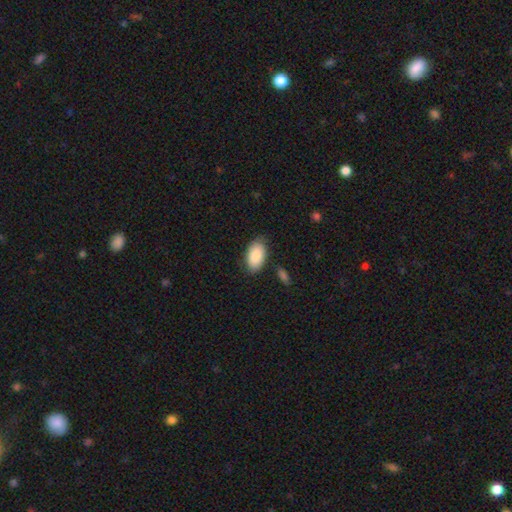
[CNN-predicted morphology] This appears to be a smooth galaxy with no disk features (88%) that is in between round and cigar-shaped (95%). Merging: none (80%).